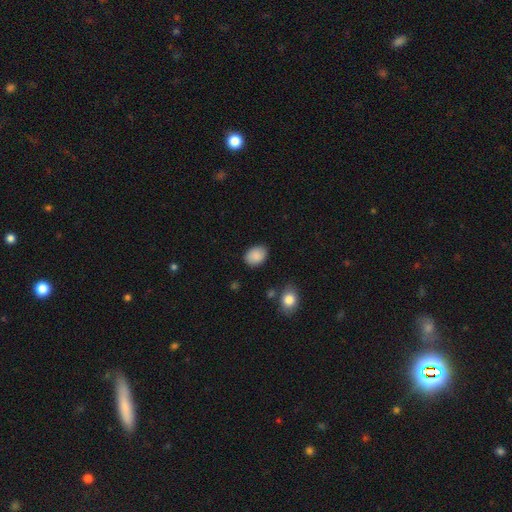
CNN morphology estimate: Smooth or featured? Predicted: smooth (p=0.88). How rounded? Predicted: in between (p=0.69). Merging? Predicted: none (p=0.83).